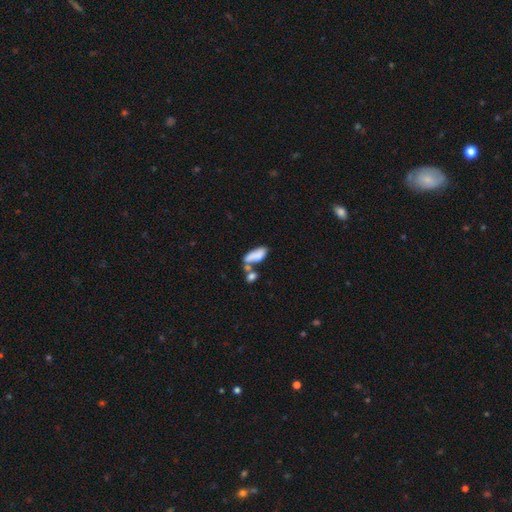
Morphology: type=smooth (79%); roundness=in between (84%); merging=minor disturbance (34%).